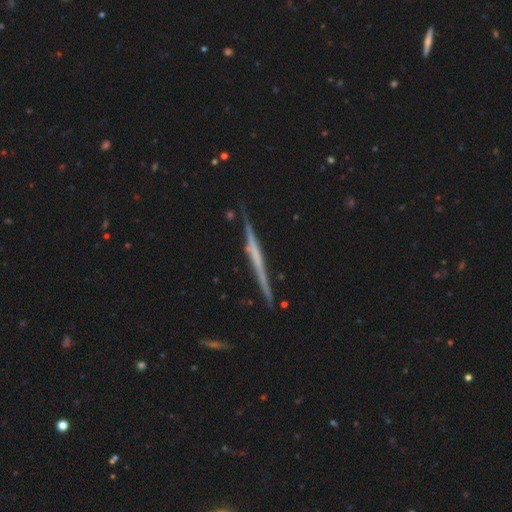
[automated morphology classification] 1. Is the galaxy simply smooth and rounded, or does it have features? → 71% featured or disk, 23% smooth, 6% star or artifact.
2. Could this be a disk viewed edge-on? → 98% yes, 2% no.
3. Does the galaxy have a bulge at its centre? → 73% none, 15% rounded, 12% boxy.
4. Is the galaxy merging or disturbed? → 86% none, 10% minor disturbance, 2% major disturbance, 2% merger.